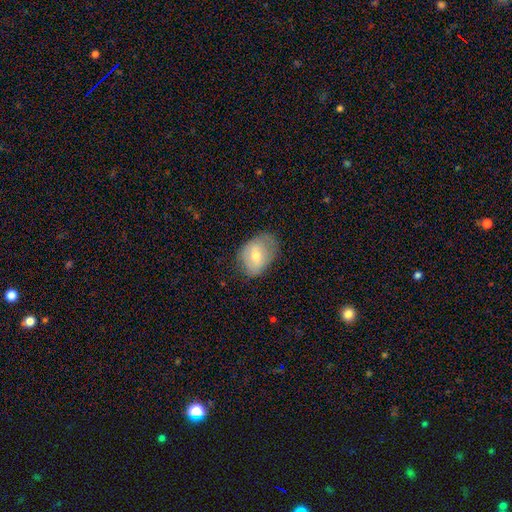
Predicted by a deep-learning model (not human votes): This appears to be a smooth galaxy with no disk features (63%) that is in between round and cigar-shaped (77%). Merging: none (59%).